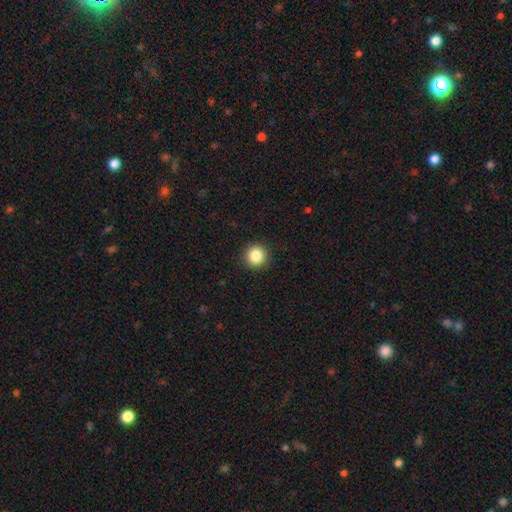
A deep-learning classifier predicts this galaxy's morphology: smooth-or-featured: smooth: 85% | star or artifact: 10% | featured or disk: 5%
  how-rounded: round: 95% | in between: 4% | cigar-shaped: 1%
  merging: none: 93% | minor disturbance: 5% | major disturbance: 2% | merger: 1%